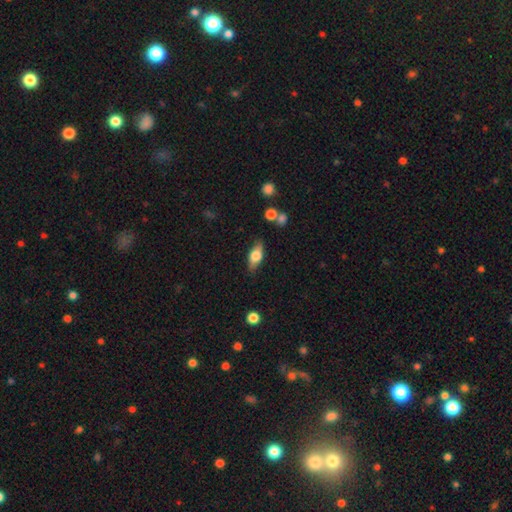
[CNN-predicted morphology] Q: Smooth or featured?
A: smooth (61%); runner-up: featured or disk (32%)
Q: How rounded?
A: in between (77%); runner-up: cigar-shaped (17%)
Q: Merging?
A: none (79%); runner-up: minor disturbance (15%)